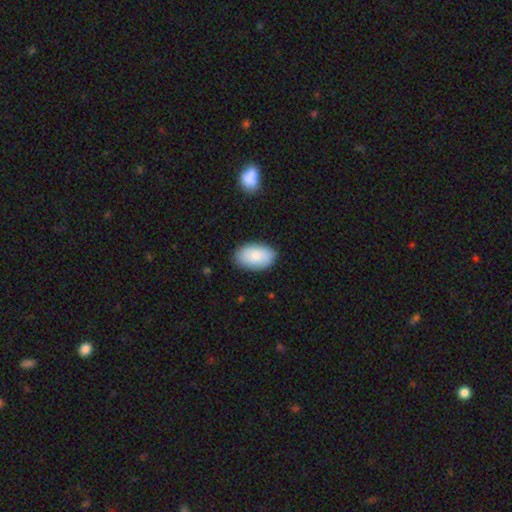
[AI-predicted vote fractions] smooth_or_featured: smooth (p=0.86) [alt: featured or disk p=0.09]
how_rounded: in between (p=0.94) [alt: round p=0.05]
merging: none (p=0.87) [alt: minor disturbance p=0.10]